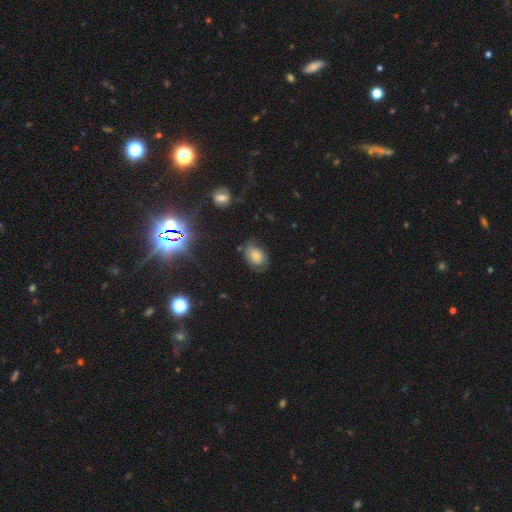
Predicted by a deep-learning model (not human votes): Q: Smooth or featured?
A: smooth (63%); runner-up: featured or disk (24%)
Q: How rounded?
A: in between (79%); runner-up: round (20%)
Q: Merging?
A: none (61%); runner-up: minor disturbance (27%)